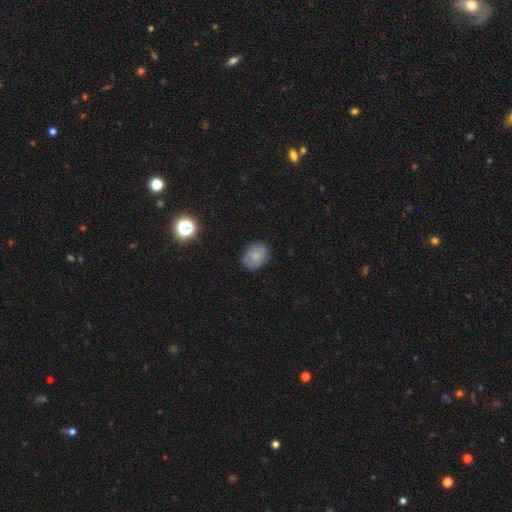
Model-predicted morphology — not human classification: Overall: smooth (75%). How rounded: in between (56%; round 43%). Merging: none (81%).